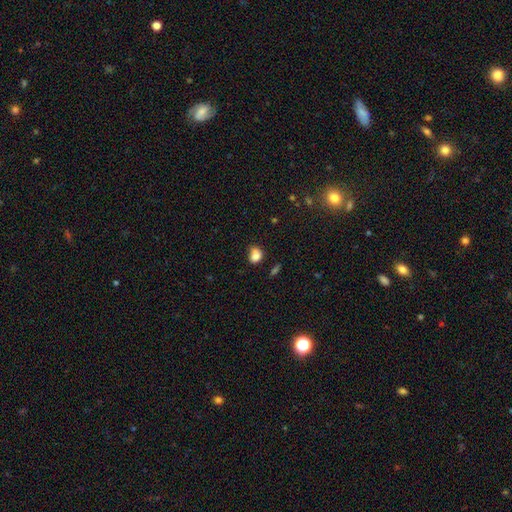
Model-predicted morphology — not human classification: Smooth or featured: smooth — 81% (star or artifact — 11%)
How rounded: in between — 52% (round — 46%)
Merging: none — 46% (minor disturbance — 31%)